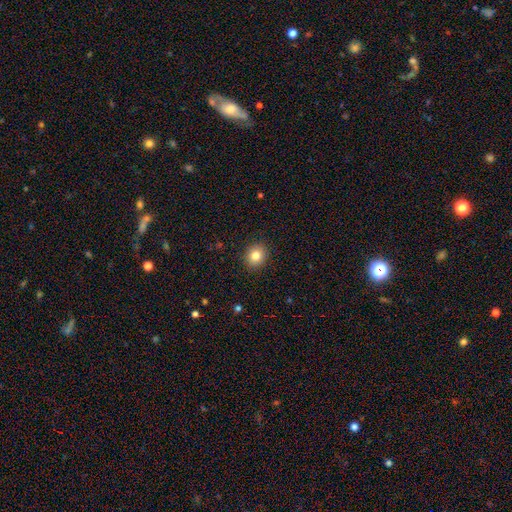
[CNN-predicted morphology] Q: Smooth or featured?
A: smooth (82%); runner-up: star or artifact (10%)
Q: How rounded?
A: round (74%); runner-up: in between (25%)
Q: Merging?
A: none (91%); runner-up: minor disturbance (6%)